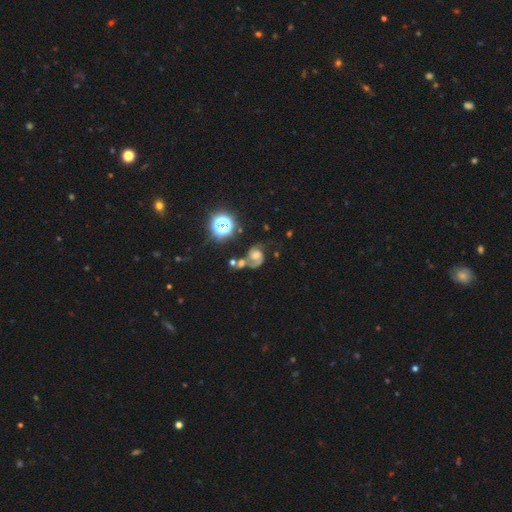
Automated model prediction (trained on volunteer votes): A featured or disk galaxy (65%) with no bar (65%), 2 (56%) medium (45%) spiral arms (89%) and a moderate central bulge (38%).

Vote fractions:
- Smooth or featured? featured or disk: 65% / smooth: 21% / star or artifact: 14%
- Edge-on disk? no: 98% / yes: 2%
- Bar? no: 65% / weak: 29% / strong: 6%
- Spiral arms? yes: 89% / no: 11%
- Spiral winding? medium: 45% / loose: 34% / tight: 21%
- Spiral arm count? 2: 56% / 1: 36% / can't tell: 6% / 3: 1% / 4: 1% / more than 4: 1%
- Bulge size? moderate: 38% / large: 23% / small: 20% / none: 14% / dominant: 4%
- Merging? none: 35% / merger: 24% / major disturbance: 23% / minor disturbance: 17%